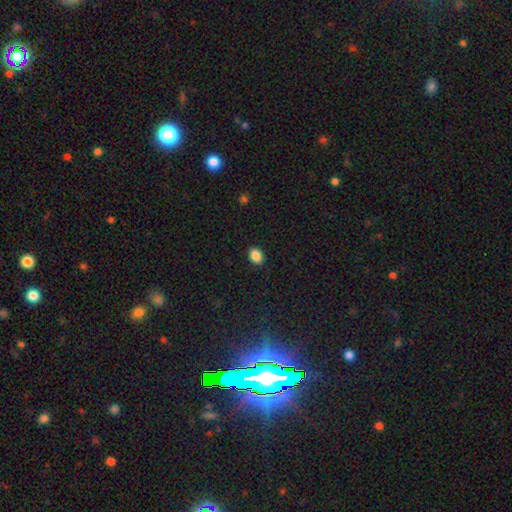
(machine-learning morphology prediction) This appears to be a smooth galaxy with no disk features (88%) that is in between round and cigar-shaped (71%). Merging: none (89%).